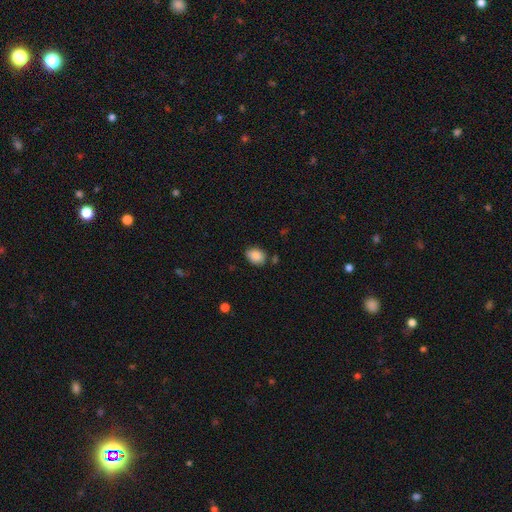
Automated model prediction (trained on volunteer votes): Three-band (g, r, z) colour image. It shows a smooth galaxy with no disk features (87%) that is in between round and cigar-shaped (71%). Merging: none (77%).